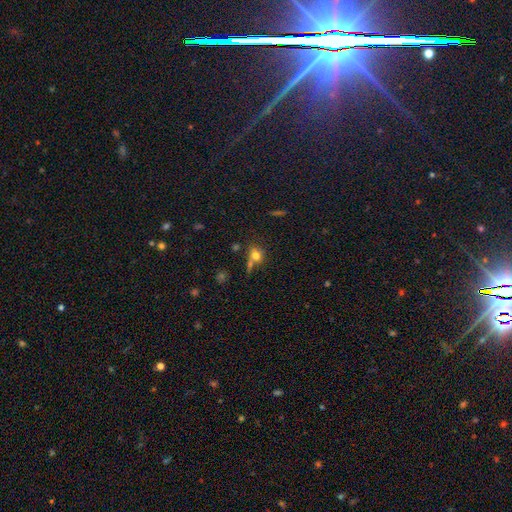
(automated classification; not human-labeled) This appears to be a smooth galaxy with no disk features (73%) that is round (57%). Merging: none (52%).